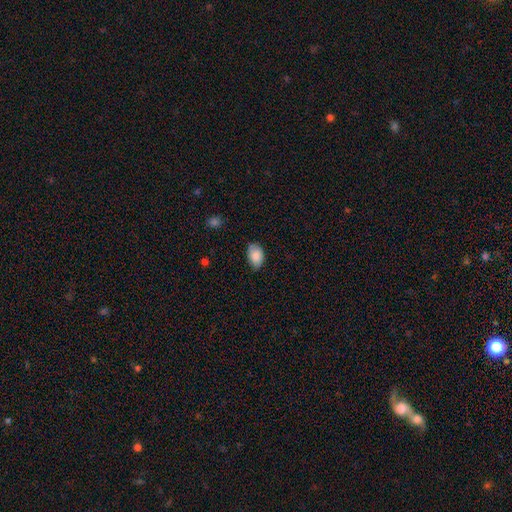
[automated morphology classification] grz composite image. It shows a smooth galaxy with no disk features (86%) that is in between round and cigar-shaped (88%). Merging: none (76%).